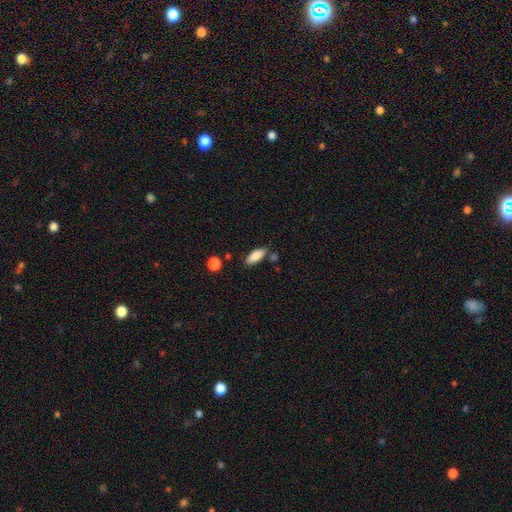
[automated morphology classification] smooth_or_featured: smooth (p=0.85) [alt: featured or disk p=0.08]
how_rounded: in between (p=0.77) [alt: cigar-shaped p=0.21]
merging: none (p=0.73) [alt: minor disturbance p=0.16]